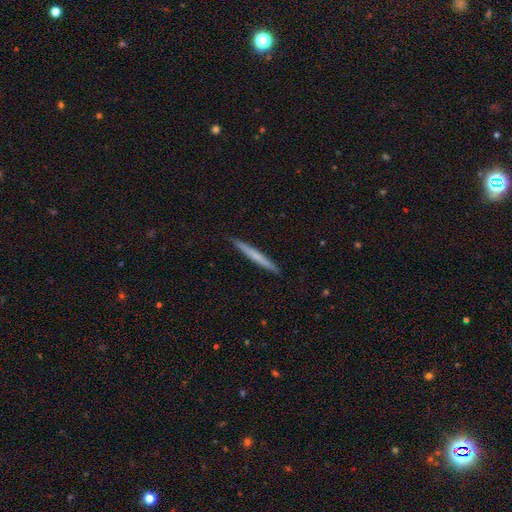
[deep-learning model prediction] Smooth or featured? Predicted: smooth (p=0.56). How rounded? Predicted: cigar-shaped (p=0.97). Merging? Predicted: none (p=0.91).